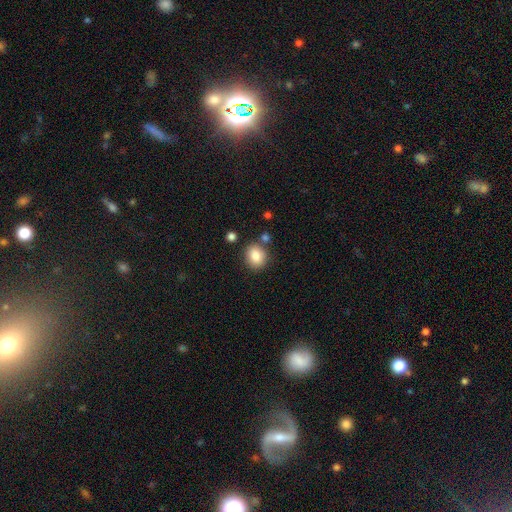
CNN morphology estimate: This appears to be a smooth galaxy with no disk features (86%) that is round (64%). Merging: none (77%).